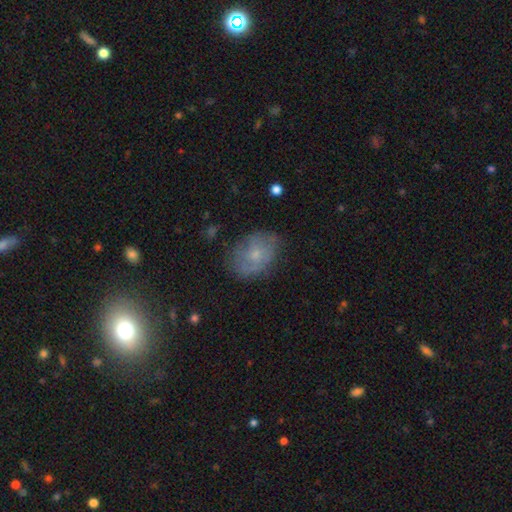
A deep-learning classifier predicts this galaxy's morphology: Smooth or featured? Predicted: smooth (p=0.53). How rounded? Predicted: in between (p=0.69). Merging? Predicted: none (p=0.69).